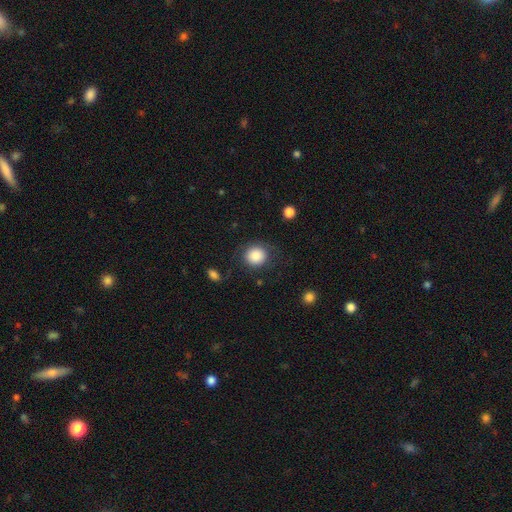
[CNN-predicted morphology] Smooth or featured: smooth — 86% (star or artifact — 8%)
How rounded: round — 87% (in between — 13%)
Merging: none — 80% (minor disturbance — 12%)